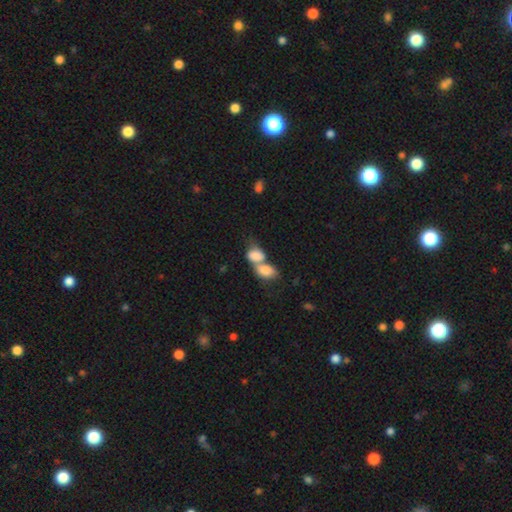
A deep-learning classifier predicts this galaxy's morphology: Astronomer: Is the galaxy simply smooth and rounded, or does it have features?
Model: smooth — 78%.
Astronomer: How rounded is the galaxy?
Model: in between — 82%.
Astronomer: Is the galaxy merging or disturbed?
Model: merger — 77%.